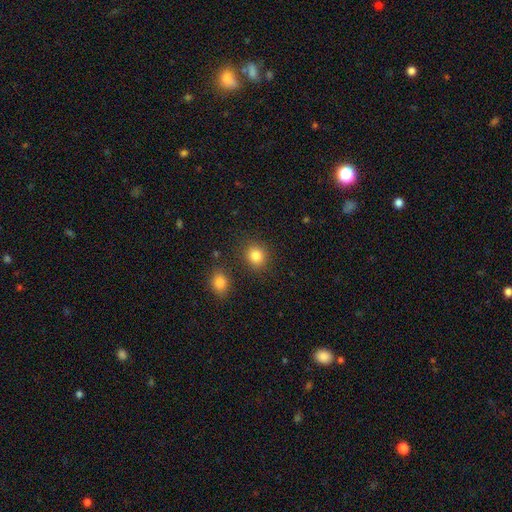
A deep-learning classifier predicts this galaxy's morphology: smooth-or-featured: smooth: 85% | star or artifact: 10% | featured or disk: 5%
  how-rounded: round: 79% | in between: 20% | cigar-shaped: 1%
  merging: none: 83% | minor disturbance: 9% | merger: 5% | major disturbance: 3%